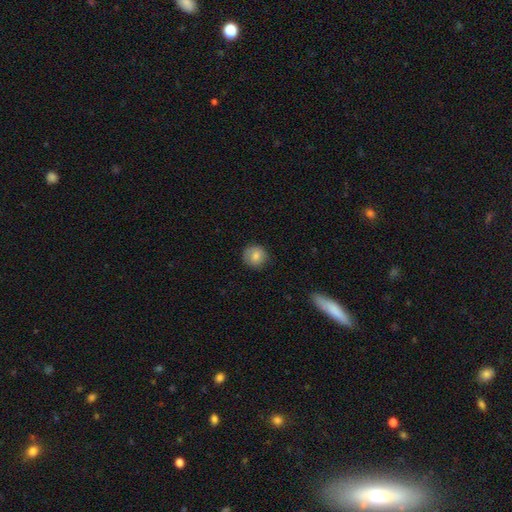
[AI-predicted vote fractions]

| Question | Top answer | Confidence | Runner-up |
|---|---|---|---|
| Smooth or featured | smooth | 79% | featured or disk (12%) |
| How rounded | round | 91% | in between (9%) |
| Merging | none | 83% | minor disturbance (13%) |